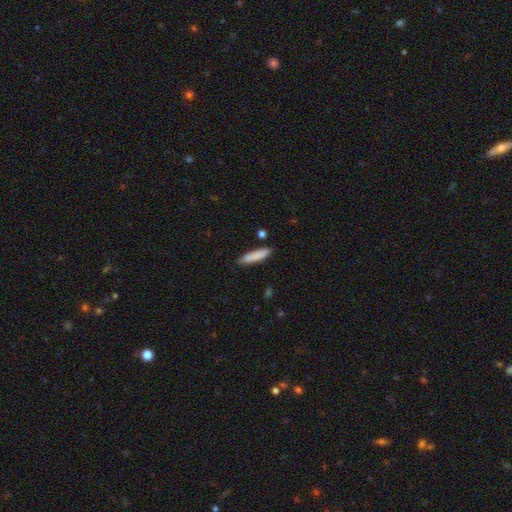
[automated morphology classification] The model was most divided on "how rounded": cigar-shaped: 82%, in between: 17%, round: 1%. More confident: smooth or featured — smooth (84%); merging — none (83%).